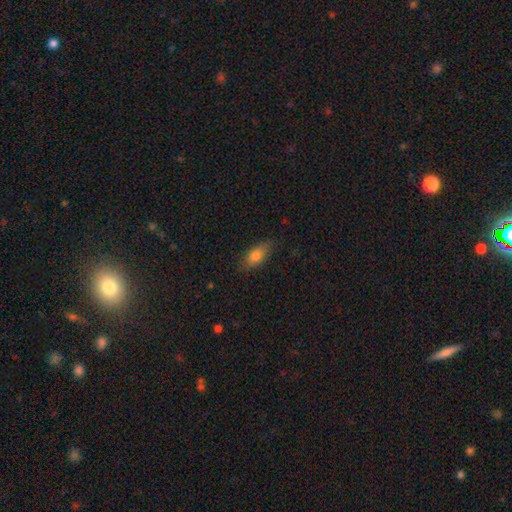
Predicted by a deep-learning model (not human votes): Q: Smooth or featured?
A: smooth (80%); runner-up: featured or disk (11%)
Q: How rounded?
A: in between (85%); runner-up: cigar-shaped (10%)
Q: Merging?
A: none (78%); runner-up: minor disturbance (17%)